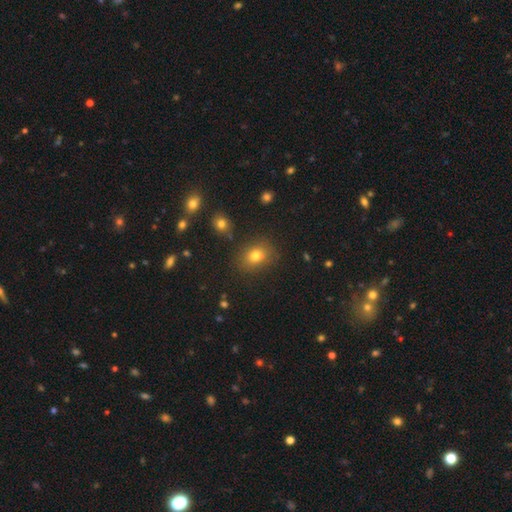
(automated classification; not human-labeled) A smooth galaxy with no disk features (76%) that is in between round and cigar-shaped (54%).

Vote fractions:
- Smooth or featured? smooth: 76% / star or artifact: 15% / featured or disk: 9%
- How rounded? in between: 54% / round: 45% / cigar-shaped: 1%
- Merging? none: 80% / minor disturbance: 12% / merger: 4% / major disturbance: 4%